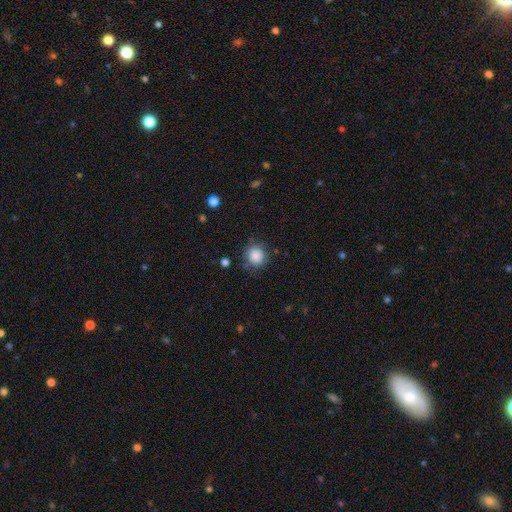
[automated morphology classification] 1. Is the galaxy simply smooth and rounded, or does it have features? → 87% smooth, 9% star or artifact, 4% featured or disk.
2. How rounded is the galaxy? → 87% round, 12% in between, 1% cigar-shaped.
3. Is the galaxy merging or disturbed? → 81% none, 13% minor disturbance, 4% major disturbance, 2% merger.